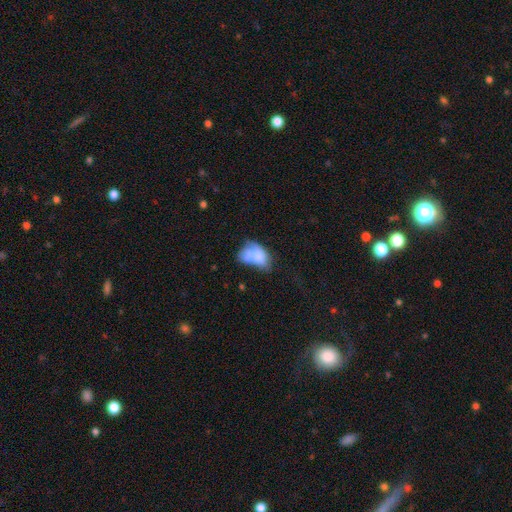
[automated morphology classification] Smooth or featured? smooth (65%)
How rounded? in between (82%)
Merging? merger (44%)